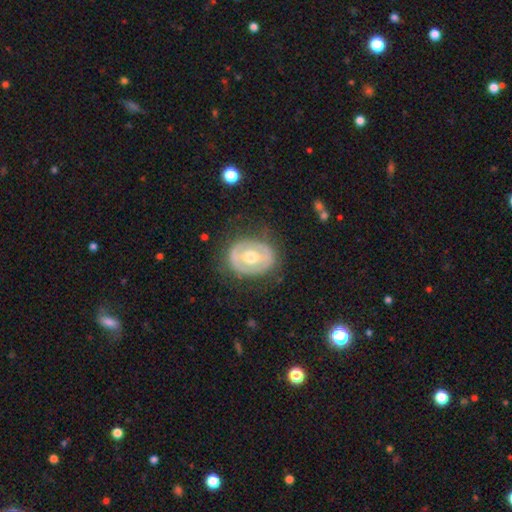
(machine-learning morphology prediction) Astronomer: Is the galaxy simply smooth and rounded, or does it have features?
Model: featured or disk — 58% (runner-up: smooth, 37%).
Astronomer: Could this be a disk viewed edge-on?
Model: no — 95%.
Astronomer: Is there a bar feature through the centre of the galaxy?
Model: no — 54% (runner-up: weak, 29%).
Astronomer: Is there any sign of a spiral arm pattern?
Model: no — 79%.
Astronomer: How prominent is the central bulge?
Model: moderate — 77%.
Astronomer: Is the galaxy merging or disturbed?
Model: none — 74%.